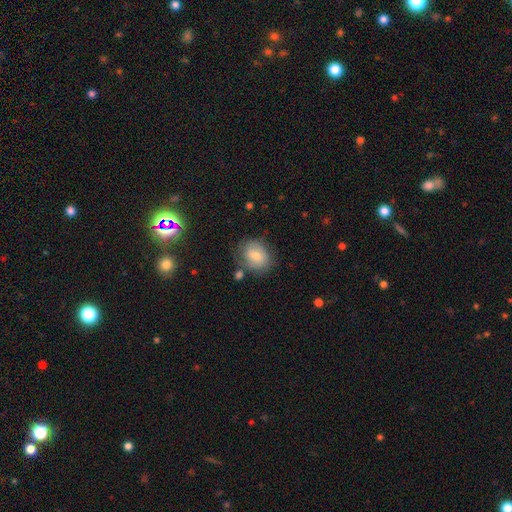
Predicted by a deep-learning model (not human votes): smooth-or-featured: smooth: 69% | featured or disk: 23% | star or artifact: 8%
  how-rounded: round: 54% | in between: 45% | cigar-shaped: 1%
  merging: none: 67% | minor disturbance: 20% | major disturbance: 7% | merger: 6%